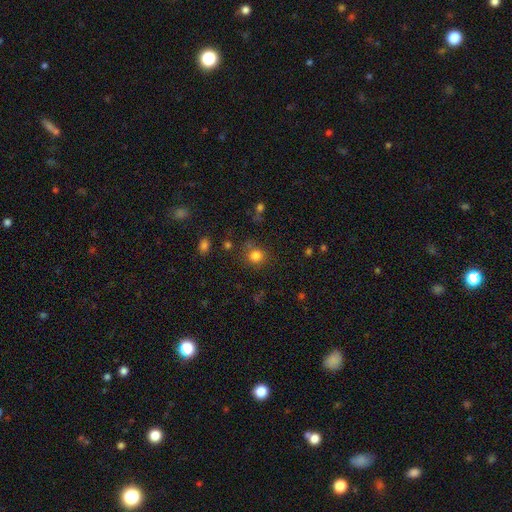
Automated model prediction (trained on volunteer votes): smooth 81%, star or artifact 14%, featured or disk 5%. Down the decision tree: how rounded — round (85%); merging — none (76%).